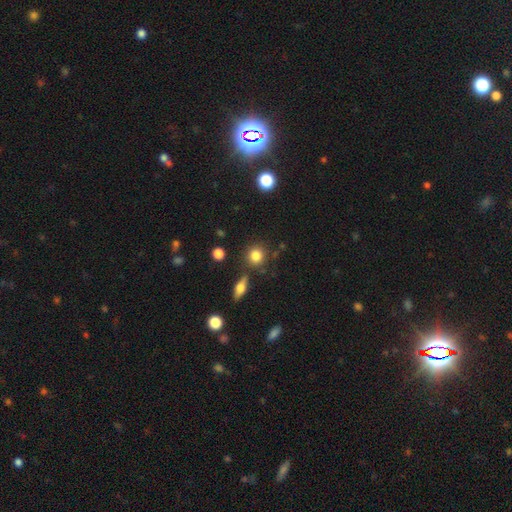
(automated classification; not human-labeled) A smooth galaxy with no disk features (81%) that is round (86%). Merging: none (80%).